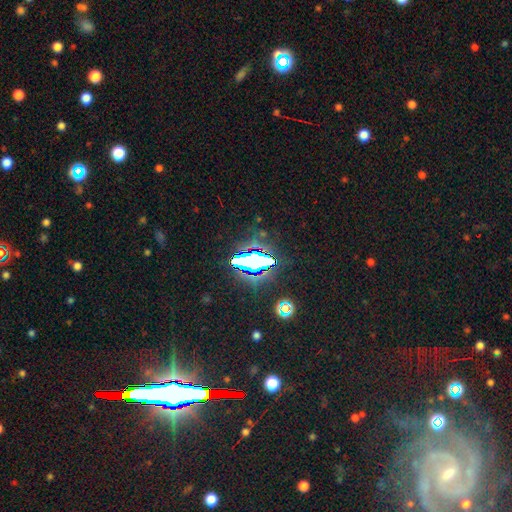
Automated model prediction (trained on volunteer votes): A star or artifact, not a galaxy (64%).